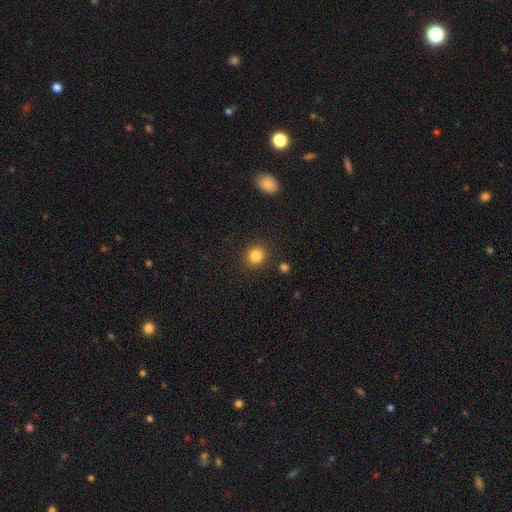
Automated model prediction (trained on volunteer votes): The model was most divided on "how rounded": round: 86%, in between: 13%, cigar-shaped: 1%. More confident: merging — none (88%); smooth or featured — smooth (84%).